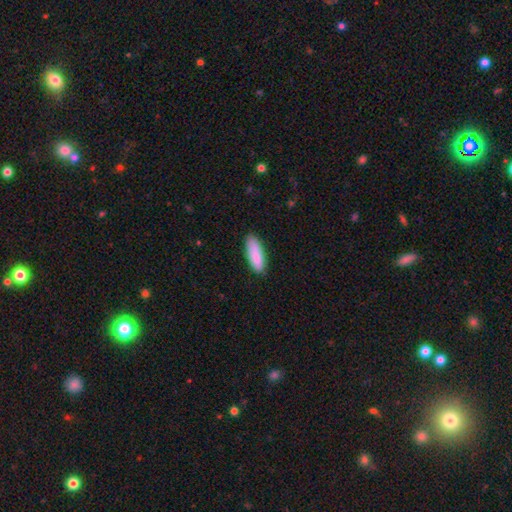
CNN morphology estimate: smooth_or_featured: smooth (p=0.88) [alt: featured or disk p=0.07]
how_rounded: in between (p=0.60) [alt: cigar-shaped p=0.38]
merging: none (p=0.83) [alt: minor disturbance p=0.14]